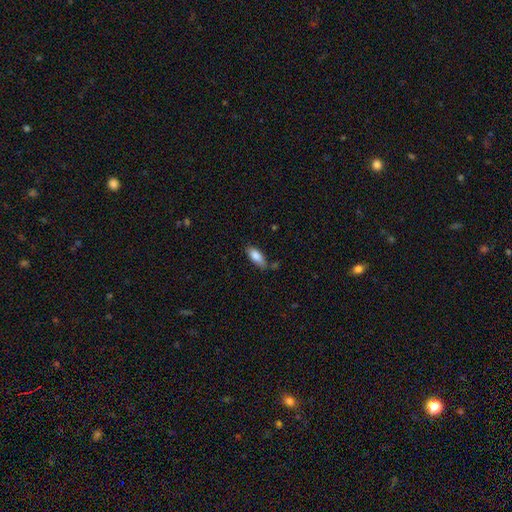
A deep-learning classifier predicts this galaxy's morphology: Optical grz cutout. It shows a smooth galaxy with no disk features (83%) that is in between round and cigar-shaped (80%). Merging: none (62%).